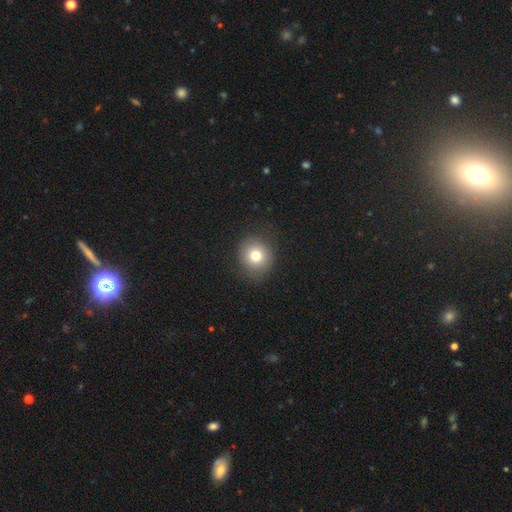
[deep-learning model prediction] Morphology: type=smooth (77%); roundness=round (87%); merging=none (85%).